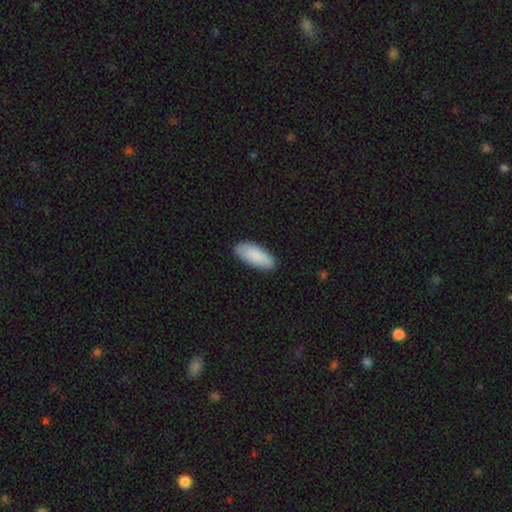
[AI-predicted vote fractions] smooth_or_featured: smooth (p=0.89) [alt: featured or disk p=0.06]
how_rounded: in between (p=0.79) [alt: cigar-shaped p=0.19]
merging: none (p=0.88) [alt: minor disturbance p=0.09]